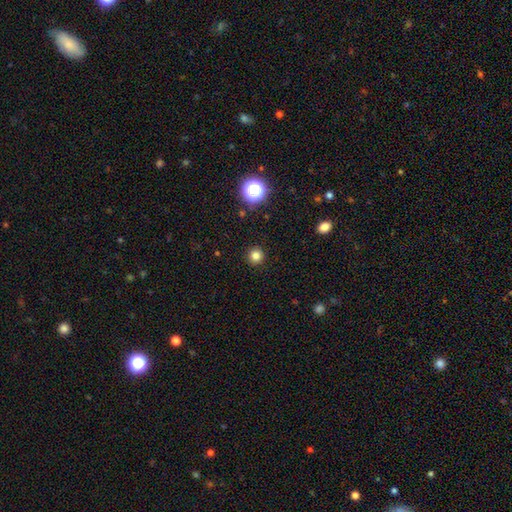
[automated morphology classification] The model was most divided on "smooth or featured": smooth: 80%, star or artifact: 15%, featured or disk: 5%. More confident: how rounded — round (95%); merging — none (92%).